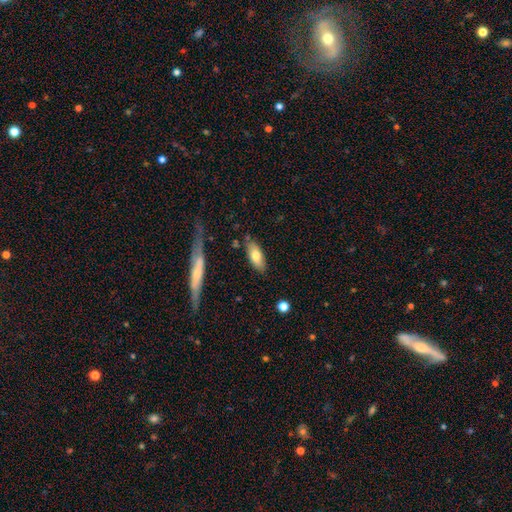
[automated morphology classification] This appears to be a smooth galaxy with no disk features (74%) that is in between round and cigar-shaped (78%). Merging: none (79%).